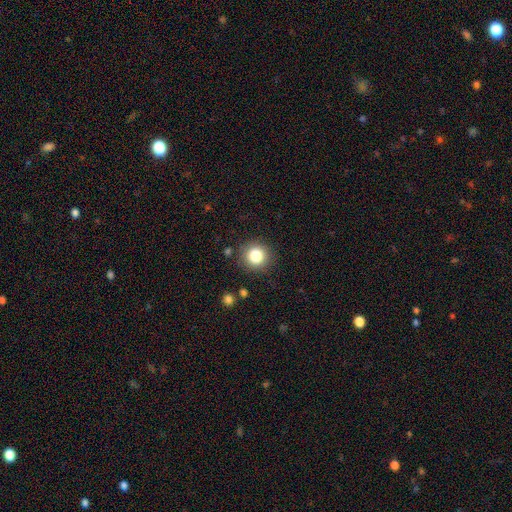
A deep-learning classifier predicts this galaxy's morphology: smooth_or_featured: smooth (p=0.82) [alt: star or artifact p=0.11]
how_rounded: round (p=0.93) [alt: in between p=0.06]
merging: none (p=0.88) [alt: minor disturbance p=0.08]